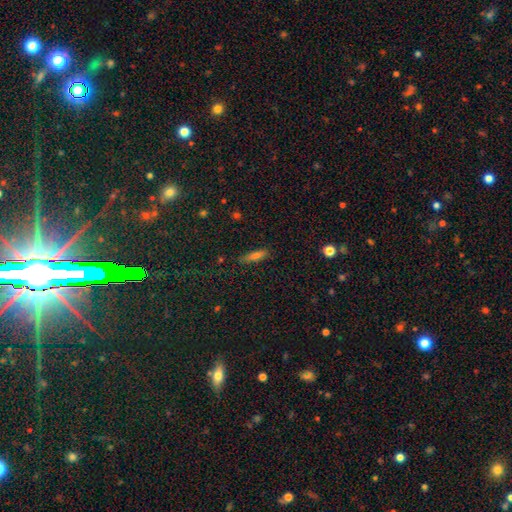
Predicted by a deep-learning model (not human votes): smooth-or-featured: smooth: 64% | featured or disk: 21% | star or artifact: 15%
  how-rounded: cigar-shaped: 69% | in between: 28% | round: 3%
  merging: none: 82% | minor disturbance: 13% | major disturbance: 3% | merger: 2%